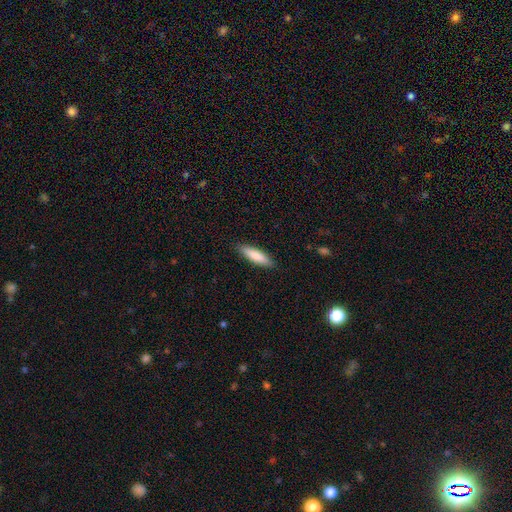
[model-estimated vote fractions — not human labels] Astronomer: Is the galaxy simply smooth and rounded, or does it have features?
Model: smooth — 82%.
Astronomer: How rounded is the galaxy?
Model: cigar-shaped — 70%.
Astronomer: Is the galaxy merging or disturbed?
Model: none — 89%.